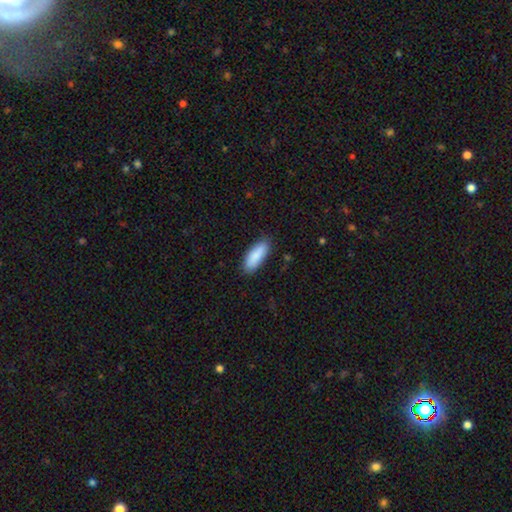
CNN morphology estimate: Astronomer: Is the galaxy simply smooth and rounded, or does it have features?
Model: smooth — 88%.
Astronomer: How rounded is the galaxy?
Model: in between — 69%.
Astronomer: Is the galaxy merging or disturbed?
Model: none — 86%.